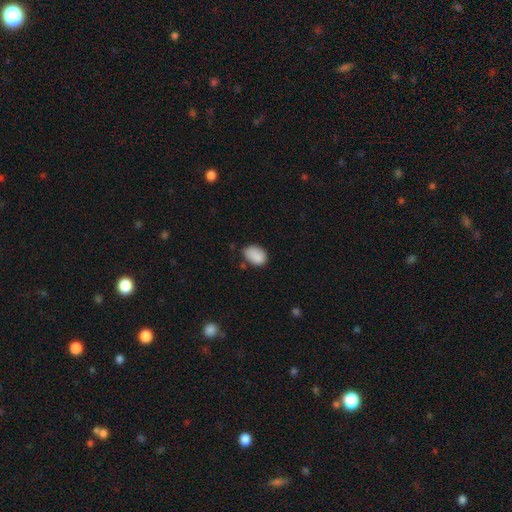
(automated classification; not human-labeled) smooth_or_featured: smooth (p=0.88) [alt: star or artifact p=0.08]
how_rounded: in between (p=0.84) [alt: round p=0.15]
merging: none (p=0.63) [alt: minor disturbance p=0.29]